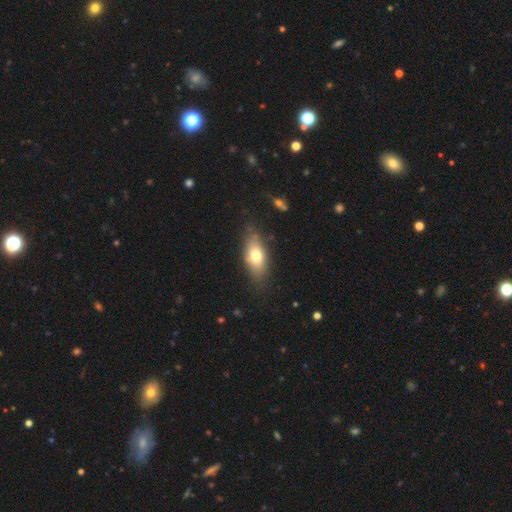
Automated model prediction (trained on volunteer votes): Smooth or featured: smooth — 71% (featured or disk — 23%)
How rounded: in between — 81% (cigar-shaped — 15%)
Merging: none — 76% (minor disturbance — 17%)